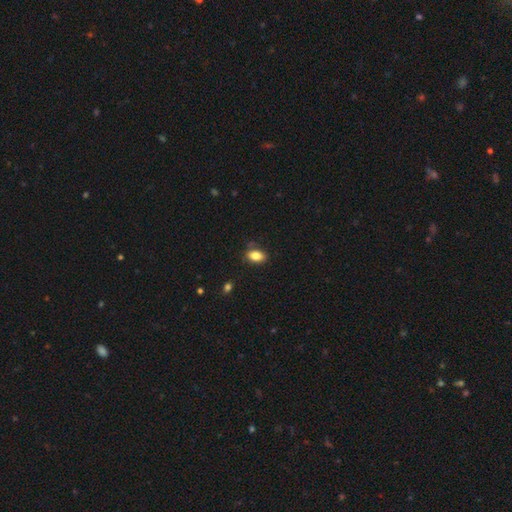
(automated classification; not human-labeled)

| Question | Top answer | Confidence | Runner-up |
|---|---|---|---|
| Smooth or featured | smooth | 85% | star or artifact (8%) |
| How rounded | in between | 88% | round (10%) |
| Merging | none | 80% | minor disturbance (15%) |